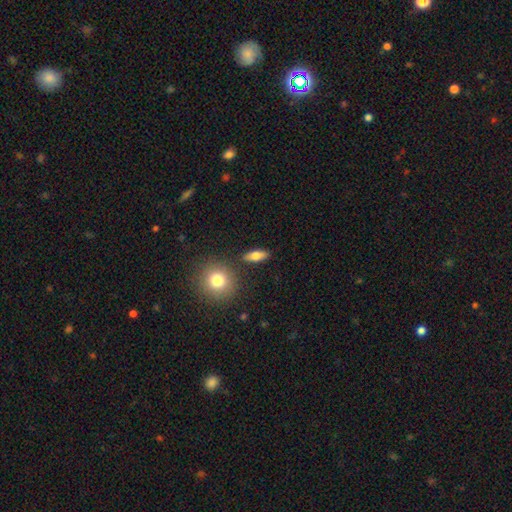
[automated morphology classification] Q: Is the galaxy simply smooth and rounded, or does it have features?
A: smooth — 73%.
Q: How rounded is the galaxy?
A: in between — 67%.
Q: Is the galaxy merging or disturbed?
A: none — 86%.